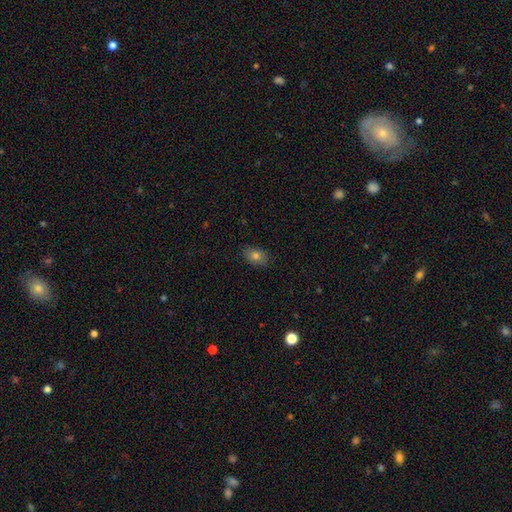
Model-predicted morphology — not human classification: smooth 77%, star or artifact 11%, featured or disk 11%. Down the decision tree: how rounded — in between (80%); merging — none (86%).